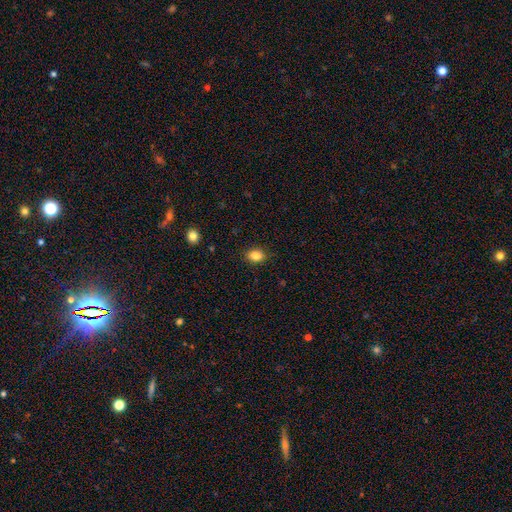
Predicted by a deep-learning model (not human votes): This is clearly a smooth galaxy (85%). How rounded: likely in between (66%). Merging: clearly none (86%).